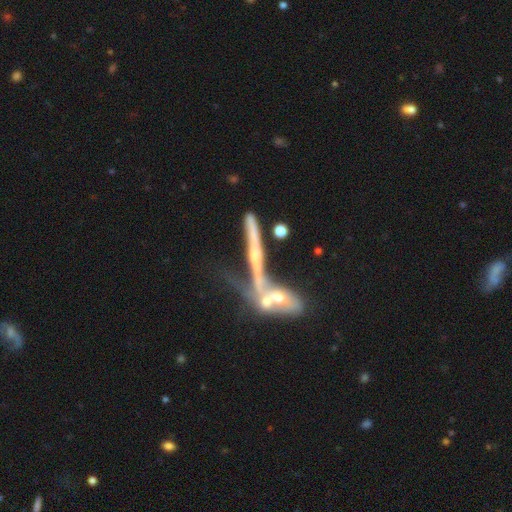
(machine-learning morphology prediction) Smooth or featured: featured or disk — 71% (smooth — 19%)
Edge-on disk: yes — 78% (no — 22%)
Edge-on bulge: rounded — 63% (none — 29%)
Merging: merger — 56% (none — 26%)